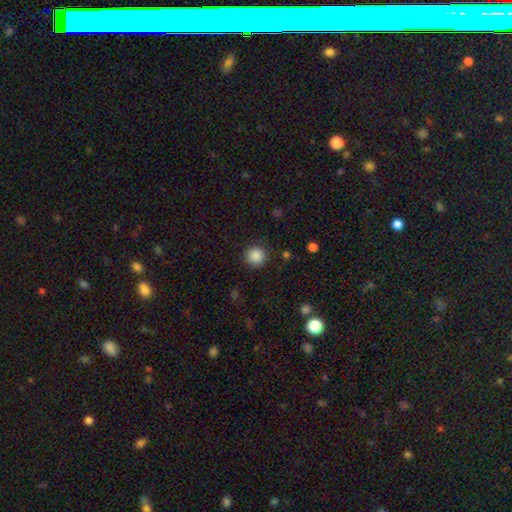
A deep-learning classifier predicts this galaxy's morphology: This appears to be a smooth galaxy with no disk features (87%) that is round (95%). Merging: none (90%).